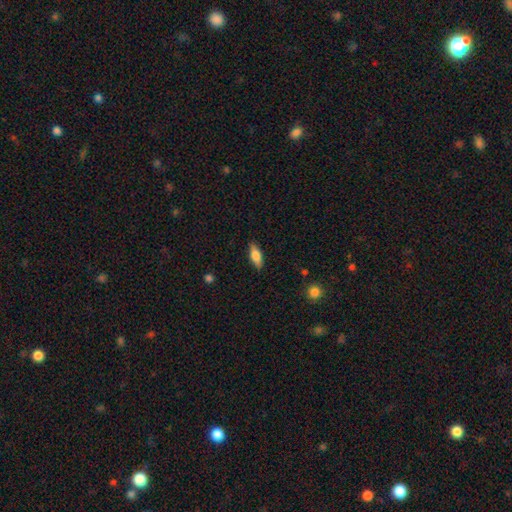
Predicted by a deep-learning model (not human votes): smooth-or-featured: smooth: 75% | featured or disk: 19% | star or artifact: 7%
  how-rounded: in between: 72% | cigar-shaped: 26% | round: 3%
  merging: none: 87% | minor disturbance: 10% | major disturbance: 2% | merger: 1%